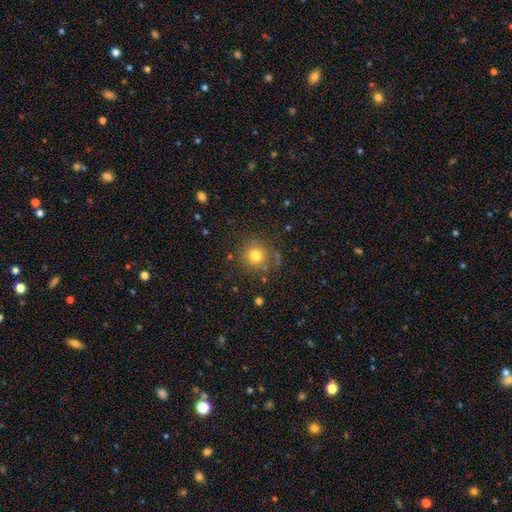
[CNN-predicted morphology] smooth 76%, star or artifact 15%, featured or disk 9%. Down the decision tree: how rounded — round (93%); merging — none (81%).